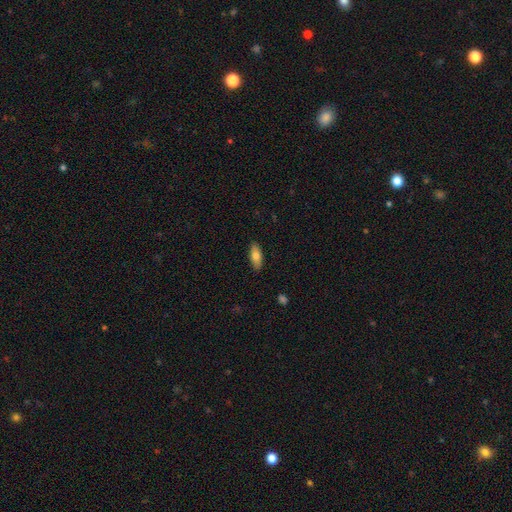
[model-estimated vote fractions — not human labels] smooth 74%, featured or disk 20%, star or artifact 6%. Down the decision tree: how rounded — in between (73%); merging — none (89%).